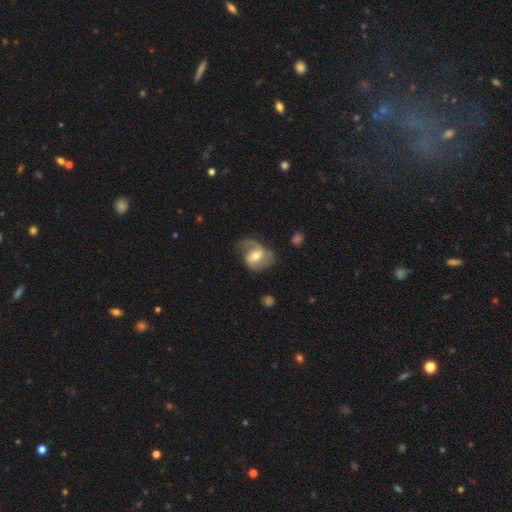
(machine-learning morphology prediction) Q: Smooth or featured?
A: featured or disk (73%); runner-up: smooth (21%)
Q: Edge-on disk?
A: no (97%); runner-up: yes (3%)
Q: Bar?
A: weak (49%); runner-up: strong (26%)
Q: Spiral arms?
A: yes (90%); runner-up: no (10%)
Q: Spiral winding?
A: medium (42%); tied with: loose (42%)
Q: Spiral arm count?
A: 2 (72%); runner-up: 1 (17%)
Q: Bulge size?
A: moderate (65%); runner-up: small (28%)
Q: Merging?
A: none (54%); runner-up: minor disturbance (26%)